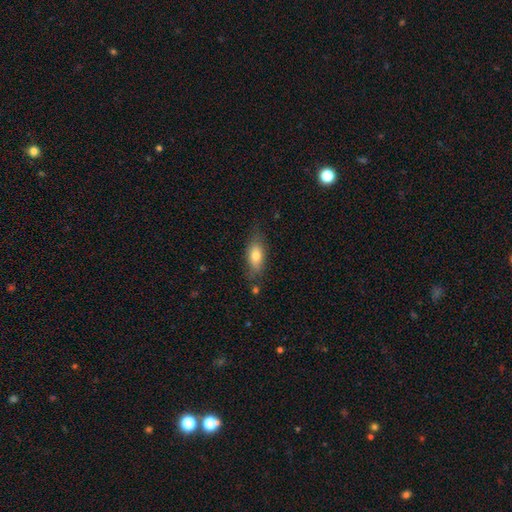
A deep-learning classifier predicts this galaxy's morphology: The model was most divided on "merging": none: 71%, minor disturbance: 21%, major disturbance: 6%, merger: 3%. More confident: how rounded — in between (80%); smooth or featured — smooth (75%).